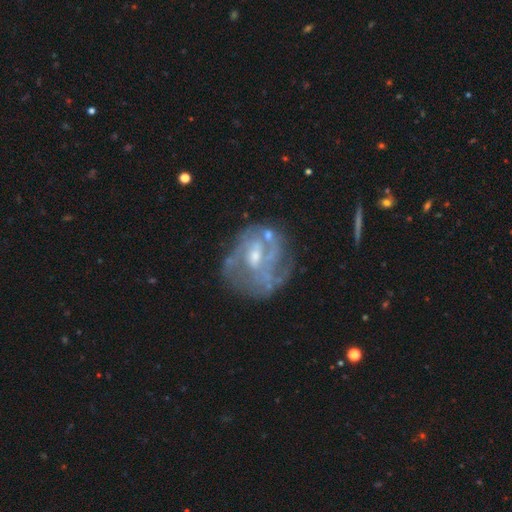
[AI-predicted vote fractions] Smooth or featured? featured or disk (76%)
Edge-on disk? no (97%)
Bar? no (47%)
Spiral arms? yes (63%)
Bulge size? small (47%)
Merging? none (54%)